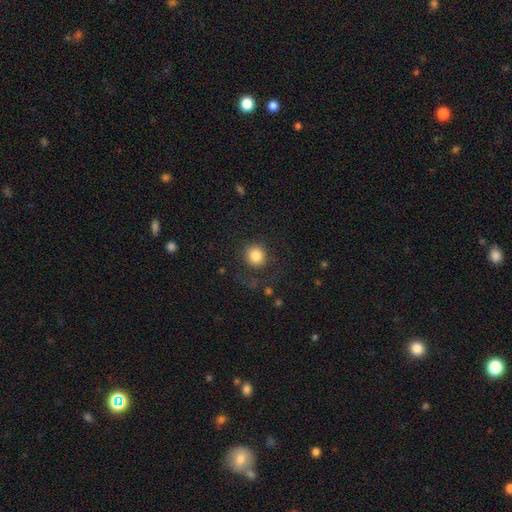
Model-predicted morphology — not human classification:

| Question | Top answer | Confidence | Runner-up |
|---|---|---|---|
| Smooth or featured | smooth | 84% | star or artifact (10%) |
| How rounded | round | 87% | in between (12%) |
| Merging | none | 81% | minor disturbance (11%) |